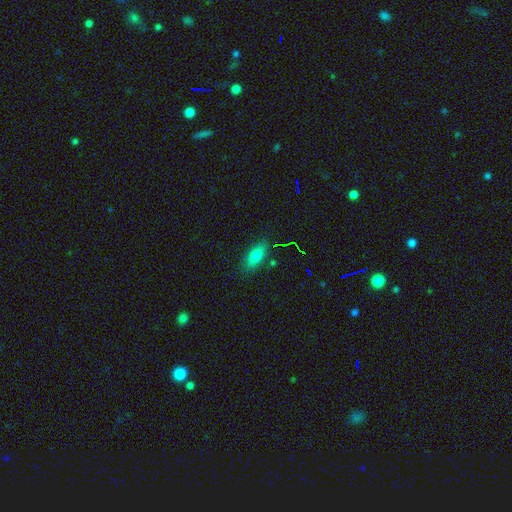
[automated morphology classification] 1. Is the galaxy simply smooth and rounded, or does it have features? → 75% smooth, 13% featured or disk, 12% star or artifact.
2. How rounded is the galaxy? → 80% in between, 16% cigar-shaped, 4% round.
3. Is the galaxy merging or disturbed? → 81% none, 13% minor disturbance, 3% major disturbance, 3% merger.